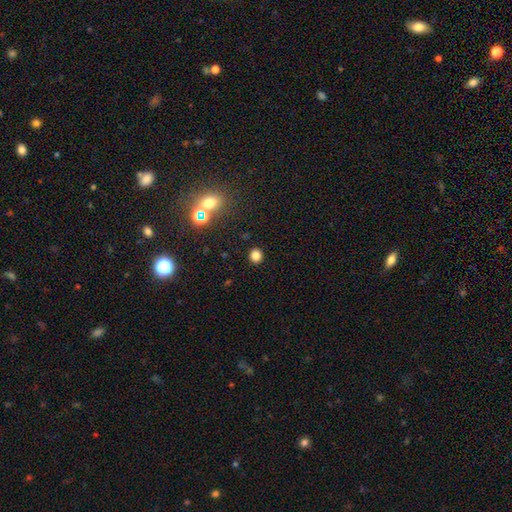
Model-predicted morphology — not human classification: The model was most divided on "smooth or featured": smooth: 80%, star or artifact: 16%, featured or disk: 4%. More confident: merging — none (90%); how rounded — round (82%).